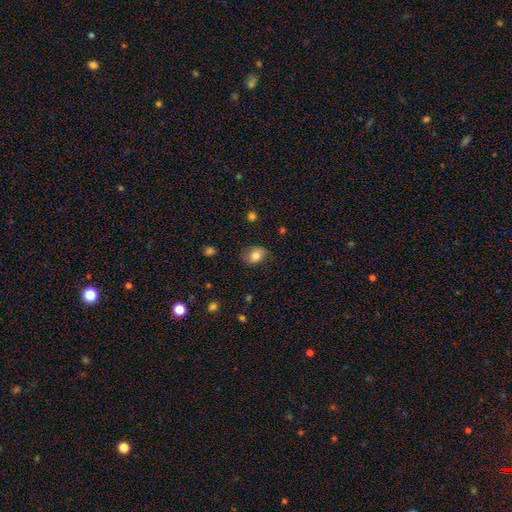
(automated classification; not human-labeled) Smooth or featured: smooth — 79% (featured or disk — 12%)
How rounded: in between — 65% (round — 34%)
Merging: none — 69% (minor disturbance — 24%)